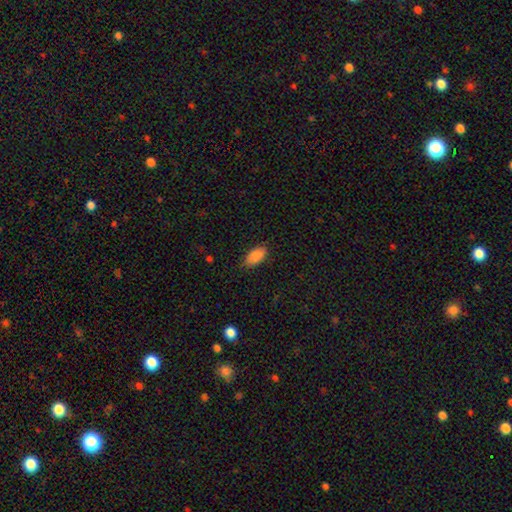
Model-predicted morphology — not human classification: Smooth or featured? Predicted: smooth (p=0.87). How rounded? Predicted: in between (p=0.92). Merging? Predicted: none (p=0.82).